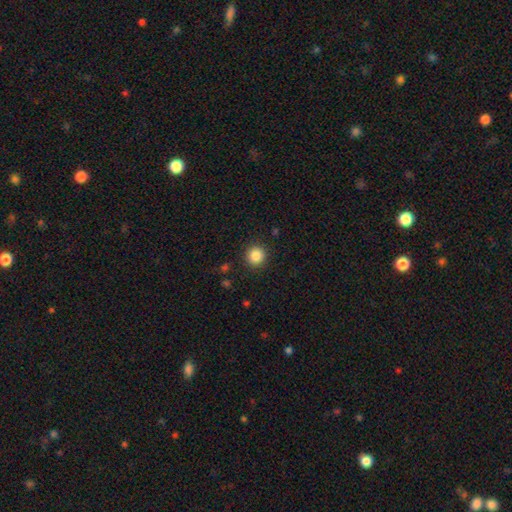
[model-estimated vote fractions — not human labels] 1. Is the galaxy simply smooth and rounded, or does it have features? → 86% smooth, 10% star or artifact, 4% featured or disk.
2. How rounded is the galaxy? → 93% round, 6% in between, 1% cigar-shaped.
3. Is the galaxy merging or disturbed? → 90% none, 6% minor disturbance, 2% major disturbance, 1% merger.